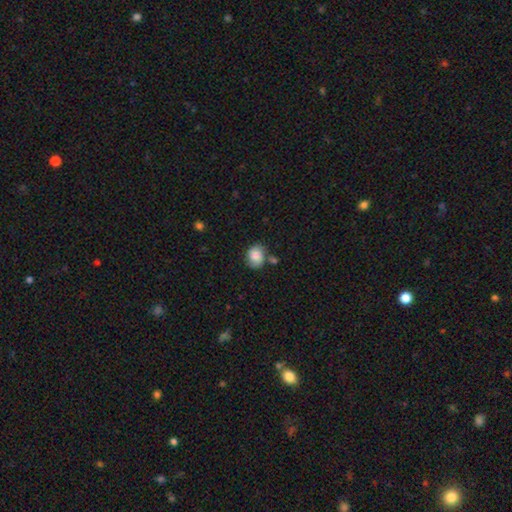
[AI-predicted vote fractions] Morphology: type=smooth (73%); roundness=round (53%); merging=none (60%).